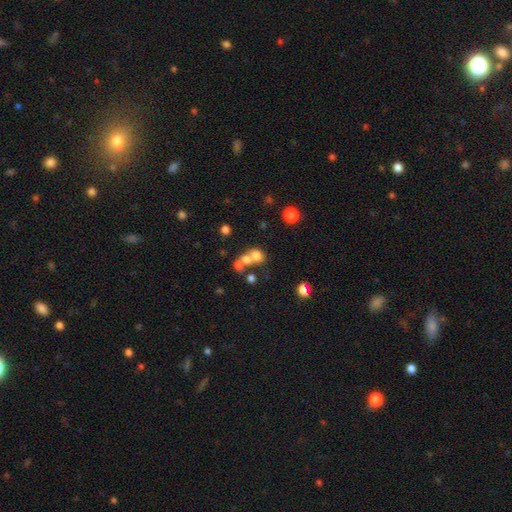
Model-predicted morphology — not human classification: smooth 66%, featured or disk 19%, star or artifact 16%. Down the decision tree: how rounded — round (64%); merging — merger (56%).